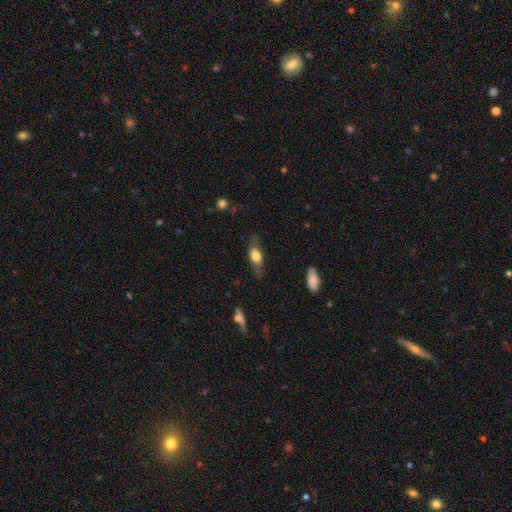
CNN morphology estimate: smooth 65%, featured or disk 28%, star or artifact 7%. Down the decision tree: how rounded — in between (74%); merging — none (71%).